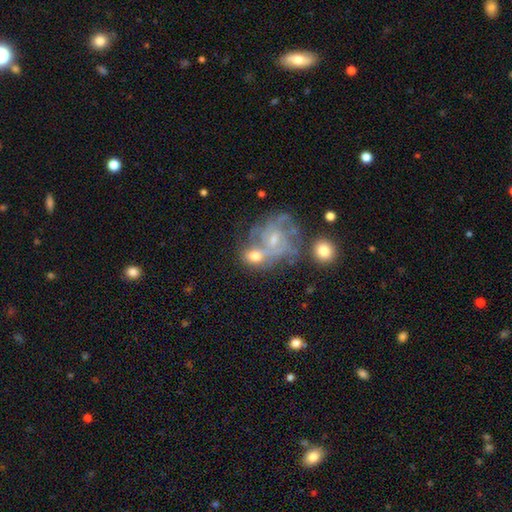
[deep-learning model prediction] smooth_or_featured: featured or disk (p=0.54) [alt: smooth p=0.34]
disk_edge_on: no (p=0.96) [alt: yes p=0.04]
bar: no (p=0.60) [alt: weak p=0.33]
has_spiral_arms: yes (p=0.67) [alt: no p=0.33]
bulge_size: small (p=0.45) [alt: moderate p=0.40]
merging: none (p=0.38) [alt: merger p=0.34]